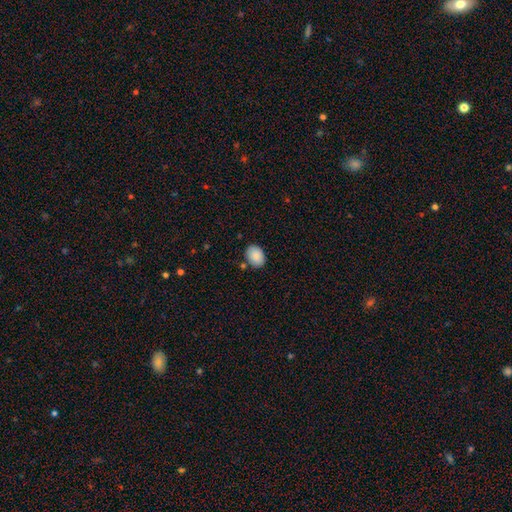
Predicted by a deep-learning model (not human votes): A smooth galaxy with no disk features (87%) that is in between round and cigar-shaped (75%).

Vote fractions:
- Smooth or featured? smooth: 87% / star or artifact: 7% / featured or disk: 6%
- How rounded? in between: 75% / round: 25% / cigar-shaped: 1%
- Merging? none: 81% / minor disturbance: 12% / merger: 4% / major disturbance: 3%